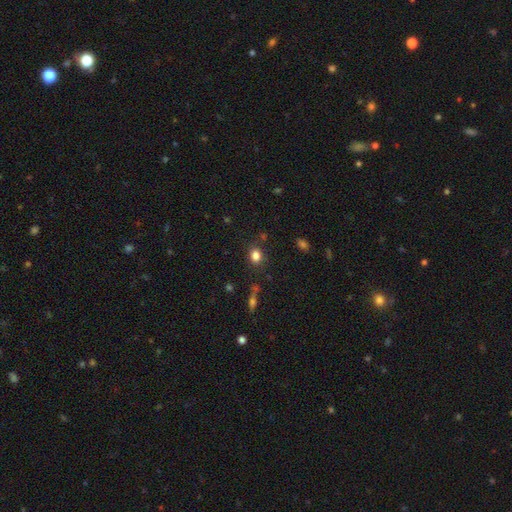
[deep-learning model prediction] The model was most divided on "how rounded": round: 56%, in between: 43%, cigar-shaped: 1%. More confident: smooth or featured — smooth (82%); merging — none (82%).